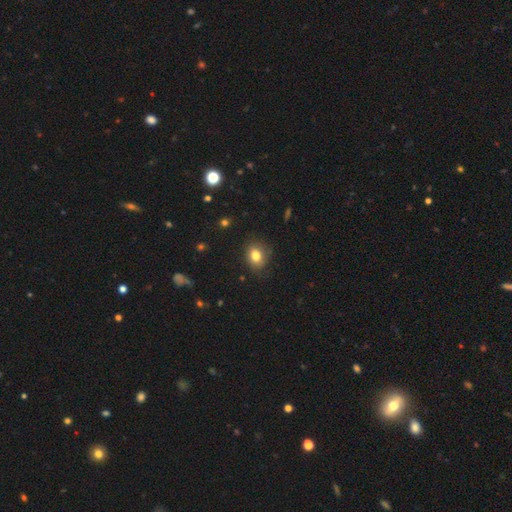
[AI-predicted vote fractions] Smooth or featured?
  - smooth: 81% *
  - star or artifact: 10%
  - featured or disk: 9%
How rounded?
  - in between: 53% *
  - round: 46%
  - cigar-shaped: 1%
Merging?
  - none: 79% *
  - minor disturbance: 16%
  - major disturbance: 4%
  - merger: 1%